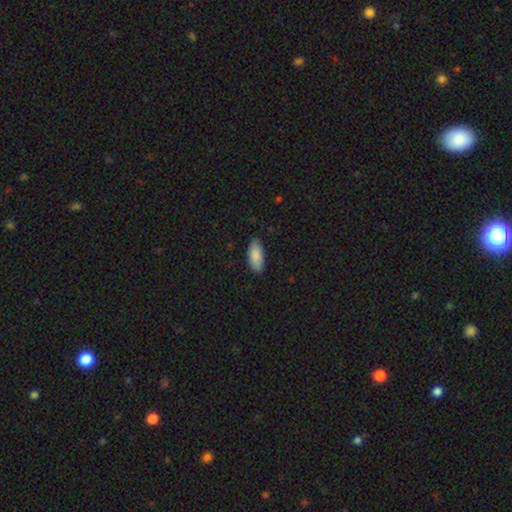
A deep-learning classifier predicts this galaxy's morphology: Smooth or featured? smooth (88%)
How rounded? in between (83%)
Merging? none (83%)